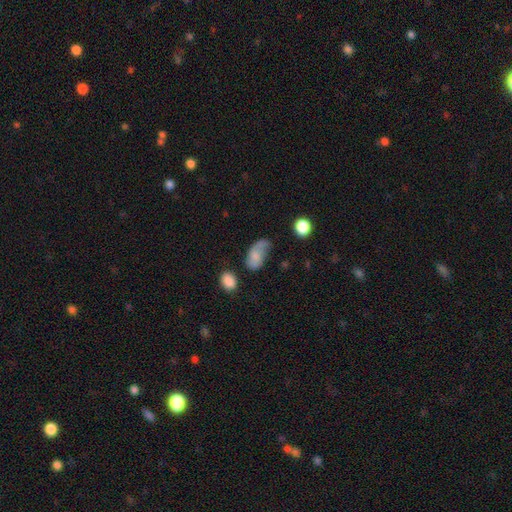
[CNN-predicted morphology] A smooth galaxy with no disk features (67%) that is in between round and cigar-shaped (91%). Merging: minor disturbance (34%).